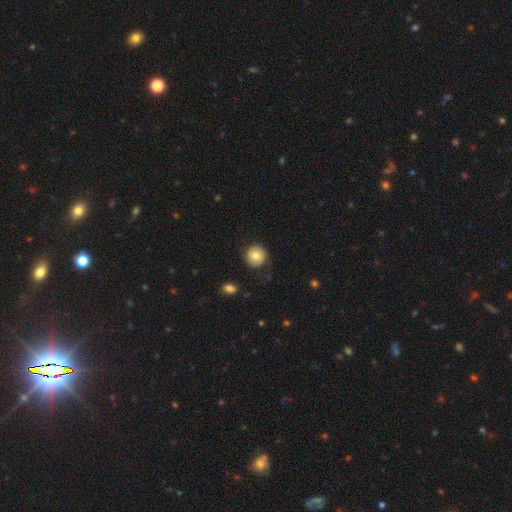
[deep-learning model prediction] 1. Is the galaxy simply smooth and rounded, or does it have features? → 65% smooth, 27% featured or disk, 7% star or artifact.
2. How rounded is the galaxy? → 91% round, 8% in between, 1% cigar-shaped.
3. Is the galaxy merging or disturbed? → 74% none, 16% minor disturbance, 8% major disturbance, 1% merger.